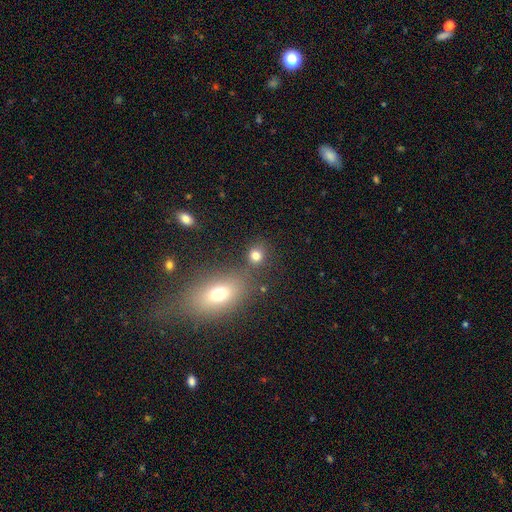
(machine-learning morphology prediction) Q: Smooth or featured?
A: smooth (78%); runner-up: star or artifact (15%)
Q: How rounded?
A: round (76%); runner-up: in between (23%)
Q: Merging?
A: none (70%); runner-up: merger (15%)